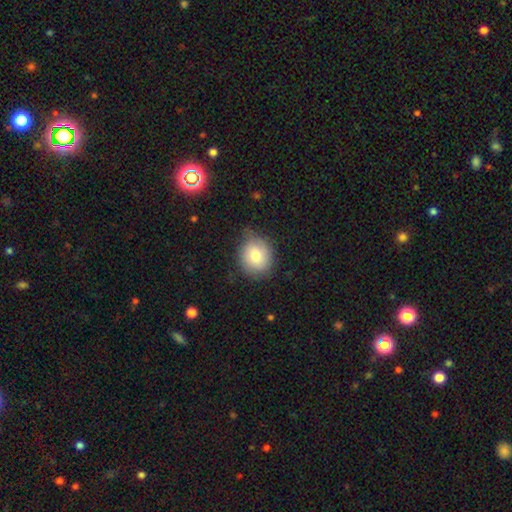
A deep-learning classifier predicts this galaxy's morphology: Smooth or featured? smooth (76%)
How rounded? round (76%)
Merging? none (70%)